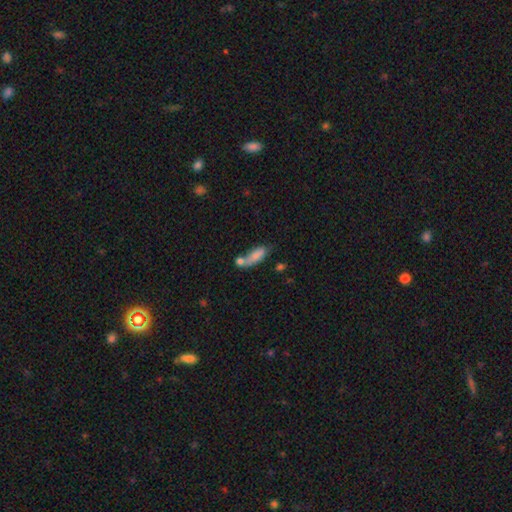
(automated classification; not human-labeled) A smooth galaxy with no disk features (79%) that is in between round and cigar-shaped (64%). Merging: none (37%).